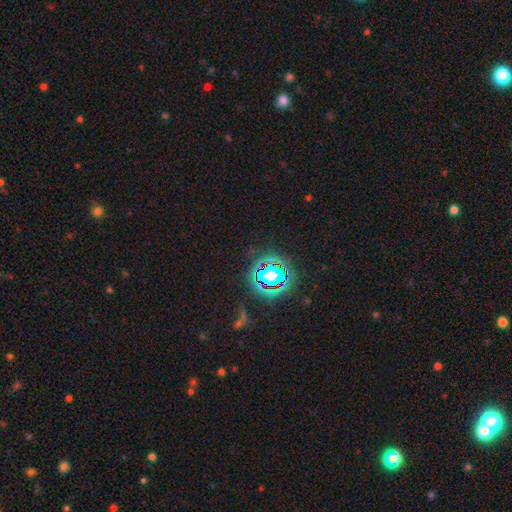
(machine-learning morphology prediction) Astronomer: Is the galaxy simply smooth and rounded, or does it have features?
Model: star or artifact — 81%.